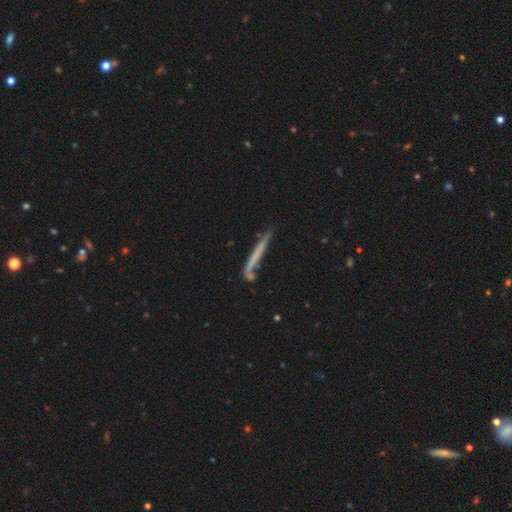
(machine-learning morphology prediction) A smooth galaxy with no disk features (51%) that is cigar-shaped (96%). Merging: none (63%).